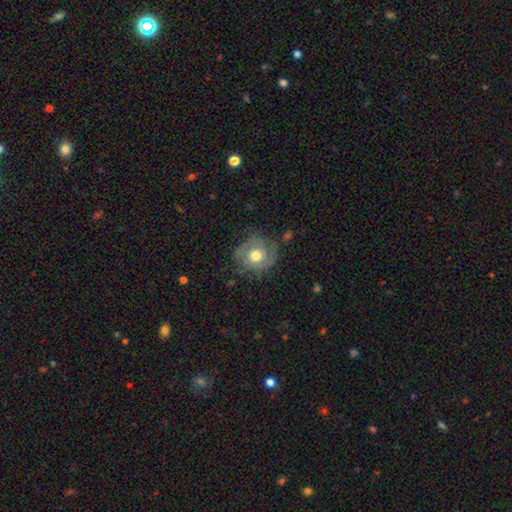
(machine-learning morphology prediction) Smooth or featured: featured or disk — 53% (smooth — 39%)
Edge-on disk: no — 96% (yes — 4%)
Bar: no — 84% (weak — 13%)
Spiral arms: yes — 67% (no — 33%)
Bulge size: moderate — 63% (large — 29%)
Merging: none — 64% (minor disturbance — 23%)